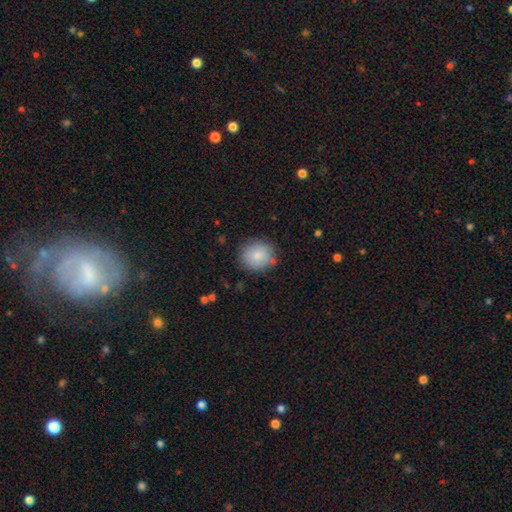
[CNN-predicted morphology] Smooth or featured? smooth (83%)
How rounded? round (86%)
Merging? none (82%)